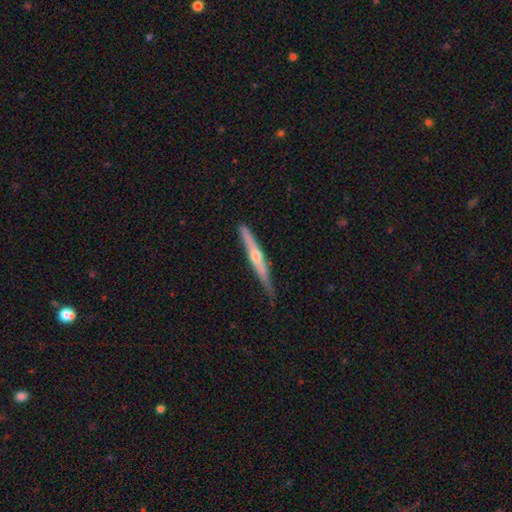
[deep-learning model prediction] Q: Smooth or featured?
A: featured or disk (63%); runner-up: smooth (32%)
Q: Edge-on disk?
A: yes (96%); runner-up: no (4%)
Q: Edge-on bulge?
A: rounded (83%); runner-up: none (13%)
Q: Merging?
A: none (78%); runner-up: minor disturbance (17%)